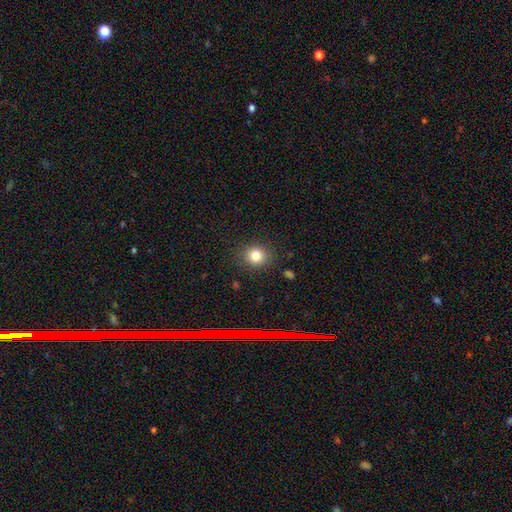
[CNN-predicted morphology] smooth_or_featured: smooth (p=0.80) [alt: star or artifact p=0.13]
how_rounded: round (p=0.77) [alt: in between p=0.22]
merging: none (p=0.87) [alt: minor disturbance p=0.09]